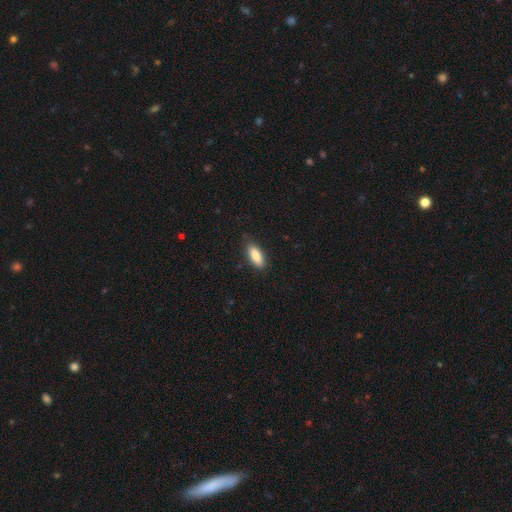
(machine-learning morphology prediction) Smooth or featured: smooth — 86% (featured or disk — 8%)
How rounded: in between — 75% (cigar-shaped — 24%)
Merging: none — 82% (minor disturbance — 14%)